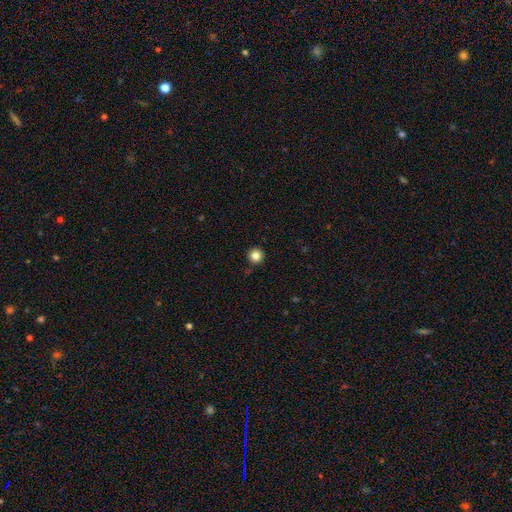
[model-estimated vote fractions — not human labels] Smooth or featured: smooth — 83% (star or artifact — 12%)
How rounded: round — 96% (in between — 3%)
Merging: none — 91% (minor disturbance — 6%)